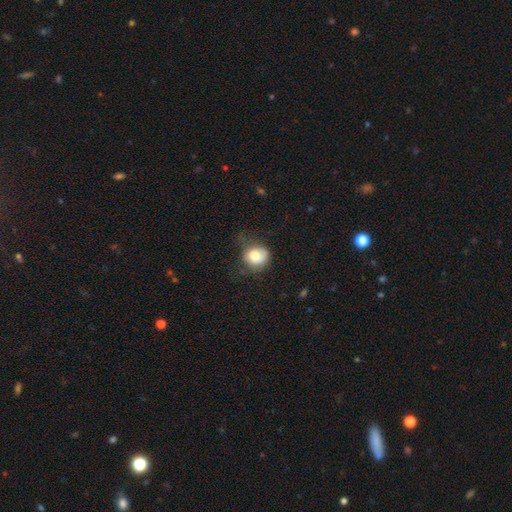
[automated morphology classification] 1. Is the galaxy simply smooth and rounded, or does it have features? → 75% smooth, 16% featured or disk, 9% star or artifact.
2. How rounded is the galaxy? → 75% round, 24% in between, 1% cigar-shaped.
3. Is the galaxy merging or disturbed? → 45% none, 33% minor disturbance, 19% major disturbance, 2% merger.